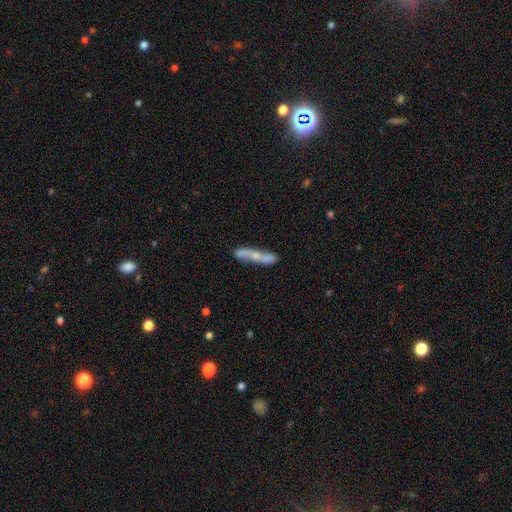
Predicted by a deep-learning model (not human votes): Smooth or featured? featured or disk (54%)
Edge-on disk? no (58%)
Merging? none (62%)